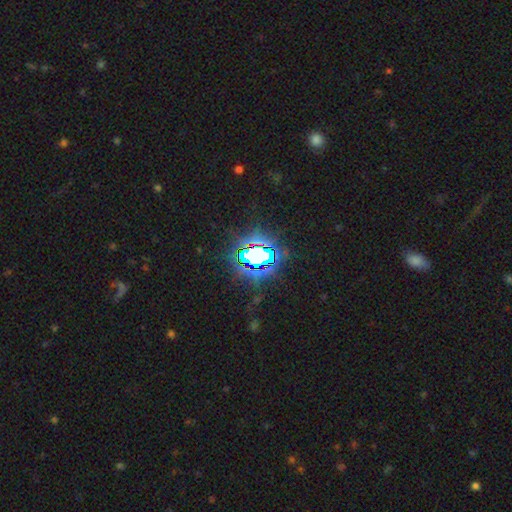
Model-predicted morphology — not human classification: Smooth or featured?
  - star or artifact: 77% *
  - smooth: 12%
  - featured or disk: 10%